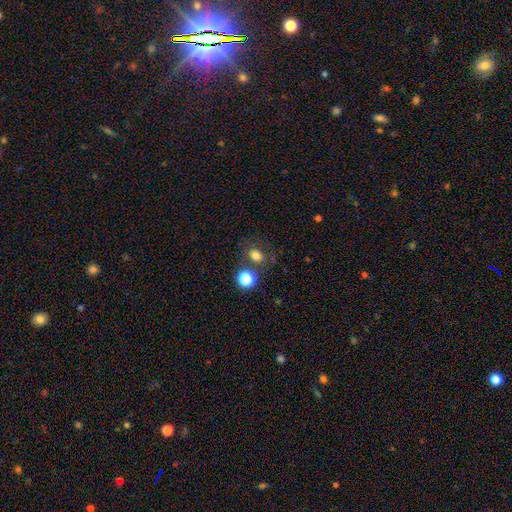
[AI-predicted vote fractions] The model was most divided on "how rounded": round: 61%, in between: 38%, cigar-shaped: 1%. More confident: smooth or featured — smooth (76%); merging — none (71%).